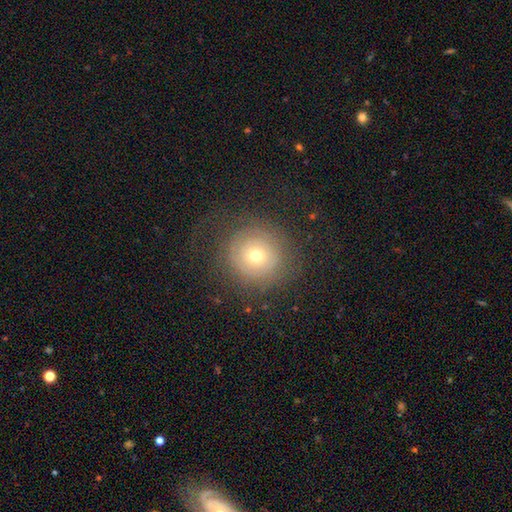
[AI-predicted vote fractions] A smooth galaxy with no disk features (47%). Merging: none (74%).